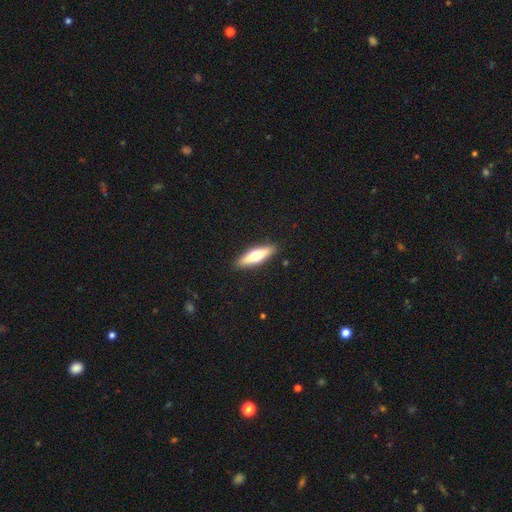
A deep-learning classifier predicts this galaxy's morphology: Overall: smooth (52%; featured or disk 42%). How rounded: cigar-shaped (61%; in between 37%). Merging: none (90%).